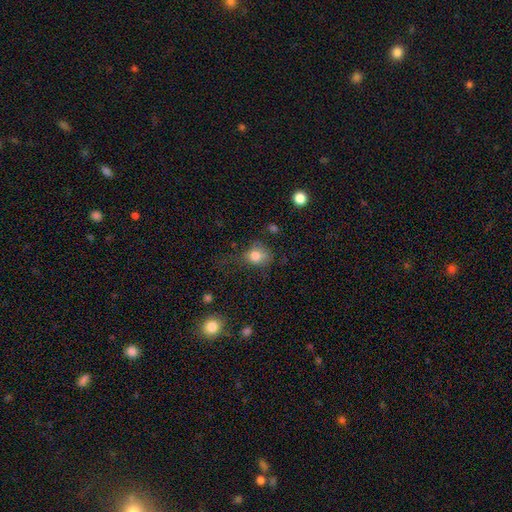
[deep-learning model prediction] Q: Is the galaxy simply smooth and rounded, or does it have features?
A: smooth — 79%.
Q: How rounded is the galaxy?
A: round — 58%.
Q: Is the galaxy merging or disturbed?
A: none — 47%.